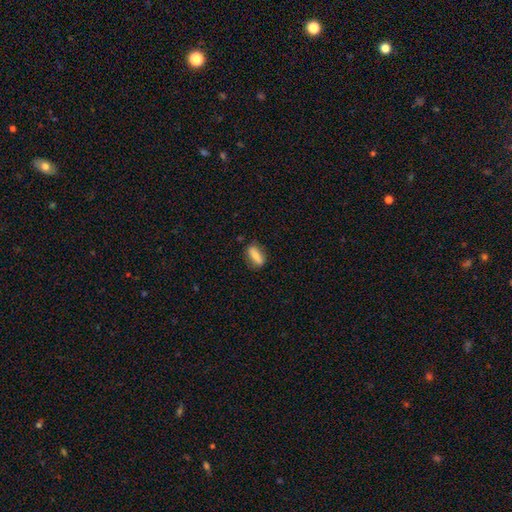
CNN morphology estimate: type=smooth (74%); roundness=in between (58%); merging=none (79%).